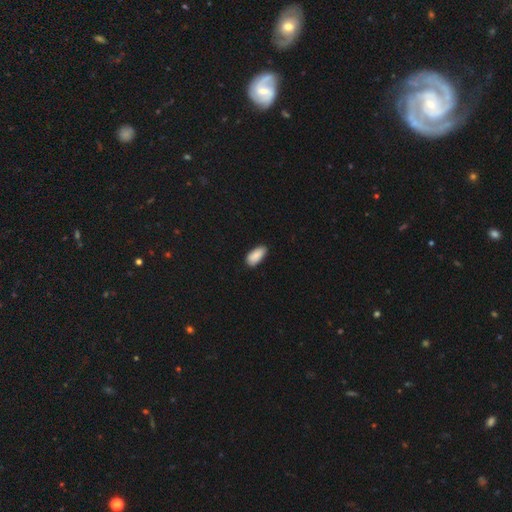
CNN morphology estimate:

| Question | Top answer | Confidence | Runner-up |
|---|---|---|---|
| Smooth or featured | smooth | 89% | star or artifact (7%) |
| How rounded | in between | 91% | cigar-shaped (7%) |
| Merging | none | 78% | minor disturbance (19%) |